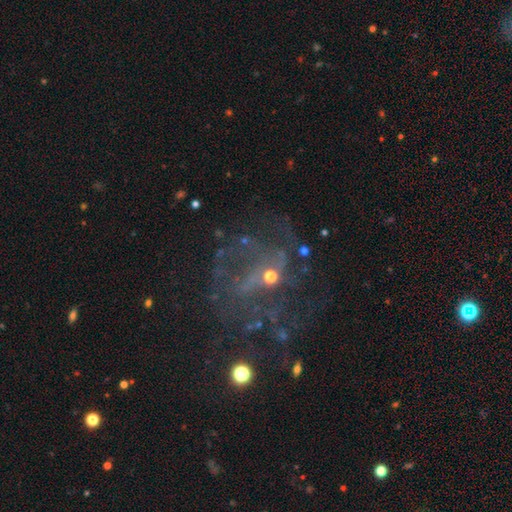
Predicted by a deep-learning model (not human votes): featured or disk 63%, star or artifact 26%, smooth 12%. Down the decision tree: edge-on disk — no (95%); bar — no (45%); spiral arms — yes (65%); bulge size — small (66%); merging — none (62%).